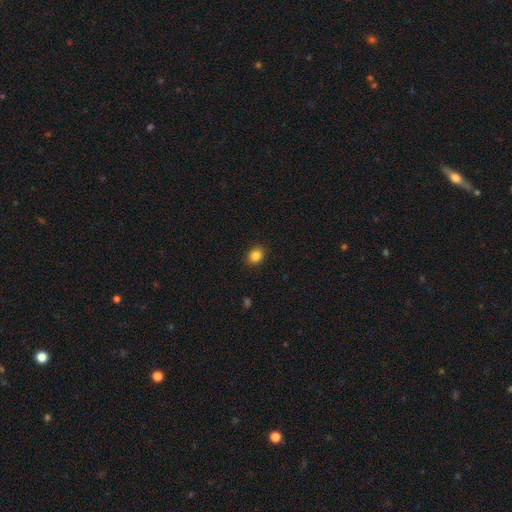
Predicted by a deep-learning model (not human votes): Q: Smooth or featured?
A: smooth (85%); runner-up: star or artifact (10%)
Q: How rounded?
A: round (67%); runner-up: in between (32%)
Q: Merging?
A: none (90%); runner-up: minor disturbance (7%)